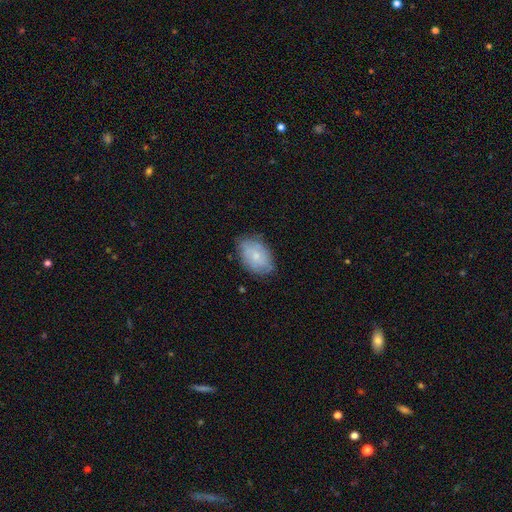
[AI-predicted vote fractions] A smooth galaxy with no disk features (64%) that is in between round and cigar-shaped (88%).

Vote fractions:
- Smooth or featured? smooth: 64% / featured or disk: 29% / star or artifact: 7%
- How rounded? in between: 88% / round: 10% / cigar-shaped: 1%
- Merging? none: 74% / minor disturbance: 20% / major disturbance: 5% / merger: 1%